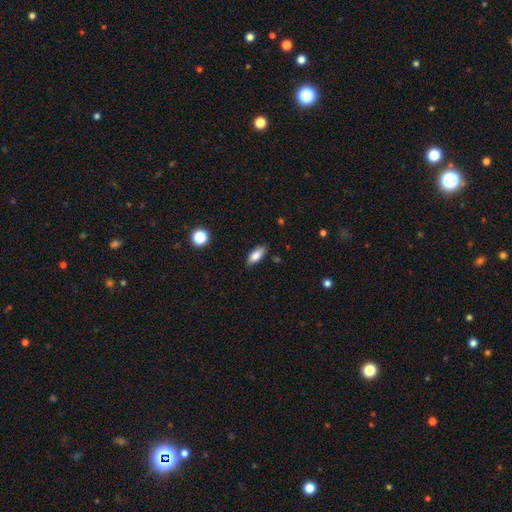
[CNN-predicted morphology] Overall: smooth (81%). How rounded: in between (81%). Merging: none (84%).